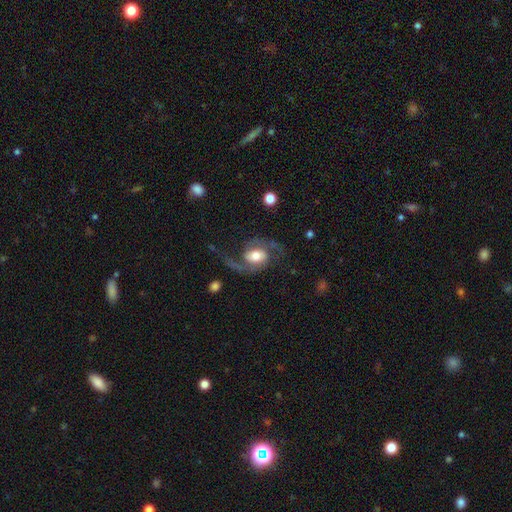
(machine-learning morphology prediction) smooth_or_featured: featured or disk (p=0.85) [alt: smooth p=0.09]
disk_edge_on: no (p=0.98) [alt: yes p=0.02]
bar: no (p=0.44) [alt: weak p=0.39]
has_spiral_arms: yes (p=0.96) [alt: no p=0.04]
spiral_winding: medium (p=0.46) [alt: loose p=0.44]
spiral_arm_count: 2 (p=0.91) [alt: 1 p=0.04]
bulge_size: moderate (p=0.56) [alt: large p=0.28]
merging: none (p=0.66) [alt: major disturbance p=0.17]